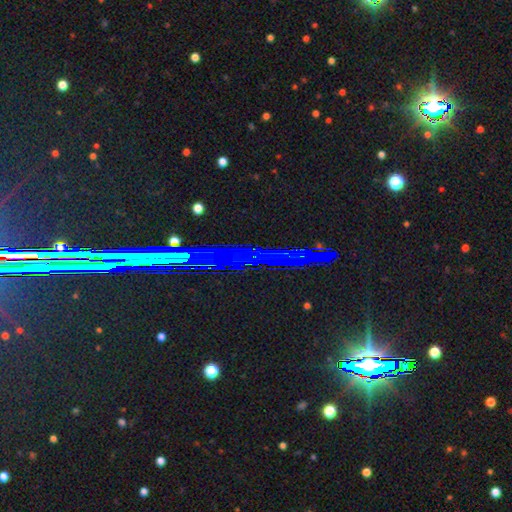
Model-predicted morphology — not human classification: A star or artifact, not a galaxy (62%).